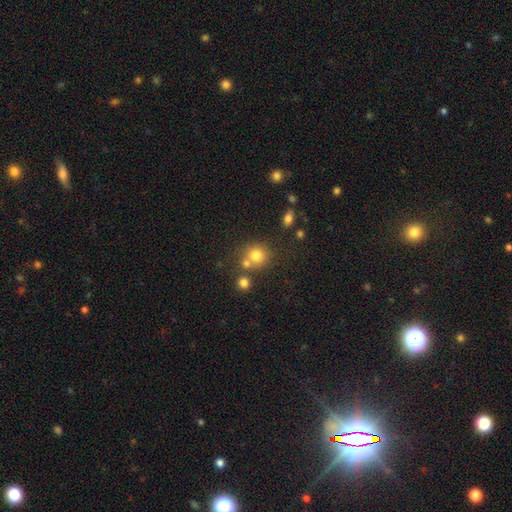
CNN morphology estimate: Smooth or featured? Predicted: smooth (p=0.76). How rounded? Predicted: round (p=0.85). Merging? Predicted: none (p=0.58).